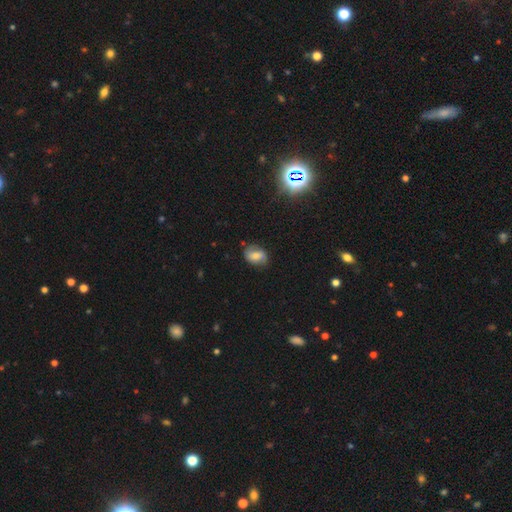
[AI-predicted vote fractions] This appears to be a smooth galaxy with no disk features (47%). Merging: none (74%).